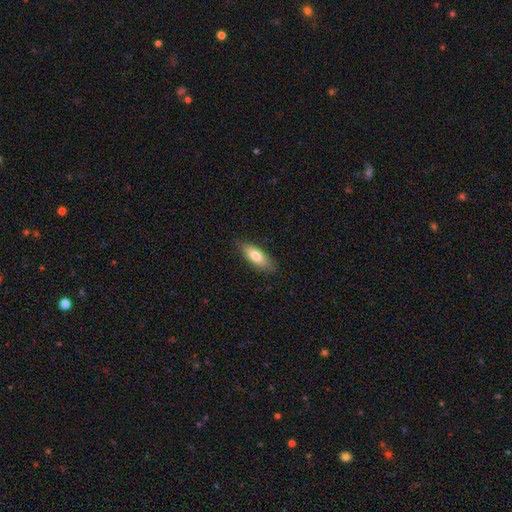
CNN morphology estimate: A smooth galaxy with no disk features (76%) that is in between round and cigar-shaped (71%). Merging: none (81%).